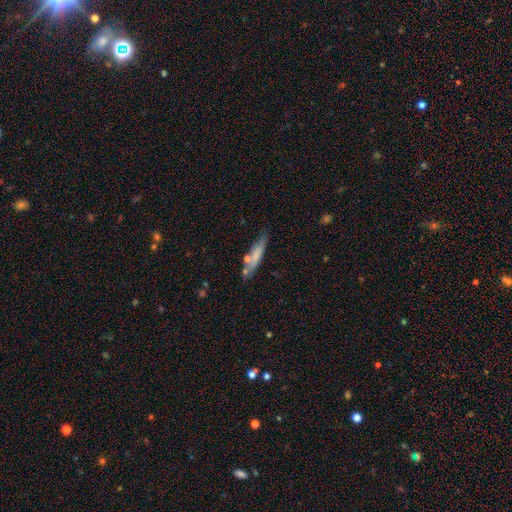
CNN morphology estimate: This appears to be a smooth galaxy with no disk features (66%) that is cigar-shaped (79%). Merging: none (66%).